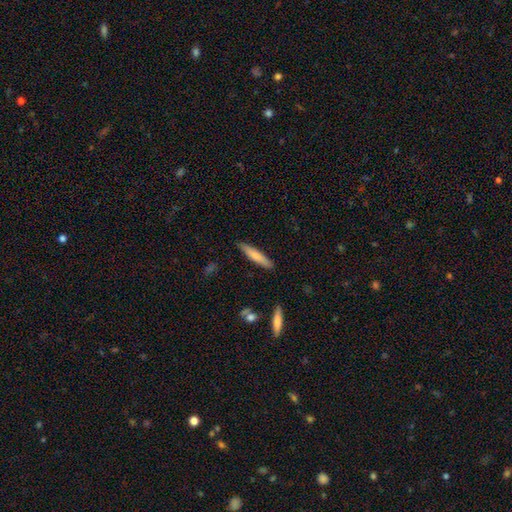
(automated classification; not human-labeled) Smooth or featured? Predicted: smooth (p=0.74). How rounded? Predicted: cigar-shaped (p=0.88). Merging? Predicted: none (p=0.88).